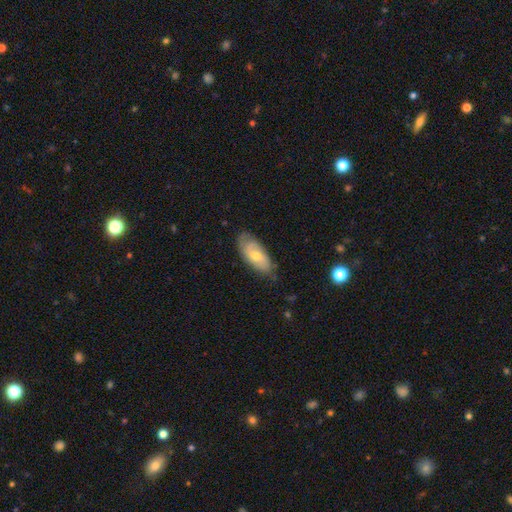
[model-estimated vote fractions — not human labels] Smooth or featured?
  - smooth: 47% *
  - featured or disk: 46%
  - star or artifact: 7%
Merging?
  - none: 72% *
  - minor disturbance: 22%
  - major disturbance: 4%
  - merger: 1%